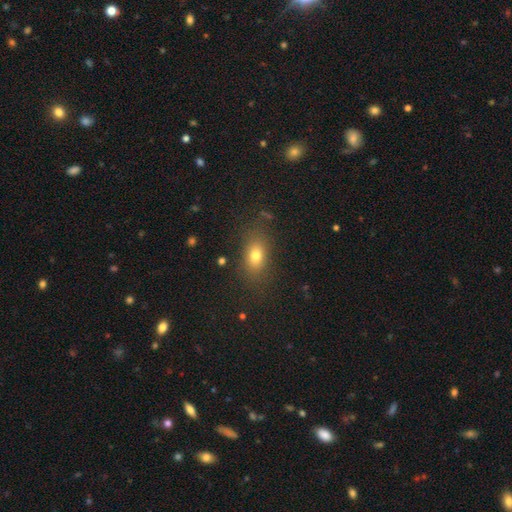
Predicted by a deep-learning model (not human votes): Q: Smooth or featured?
A: smooth (76%); runner-up: star or artifact (13%)
Q: How rounded?
A: in between (77%); runner-up: round (18%)
Q: Merging?
A: none (79%); runner-up: minor disturbance (13%)